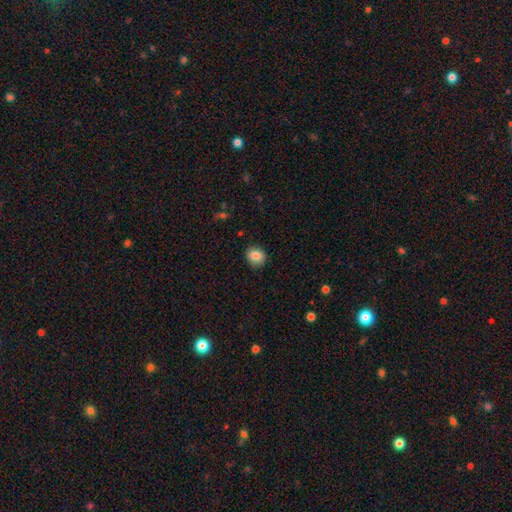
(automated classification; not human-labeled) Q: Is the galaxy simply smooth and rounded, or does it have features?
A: smooth — 85%.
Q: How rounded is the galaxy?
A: round — 75%.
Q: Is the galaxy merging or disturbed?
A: none — 87%.